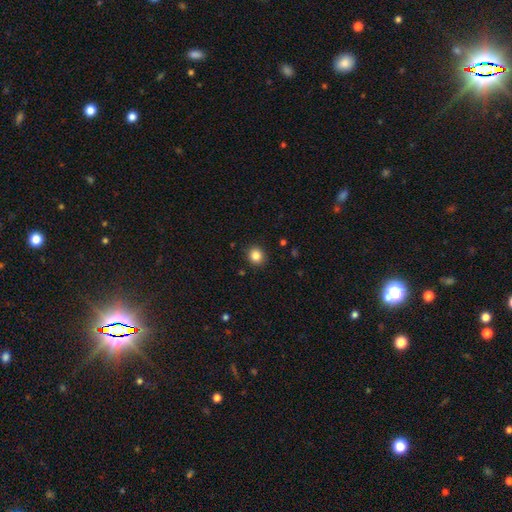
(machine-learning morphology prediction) Smooth or featured? smooth (84%)
How rounded? round (85%)
Merging? none (91%)